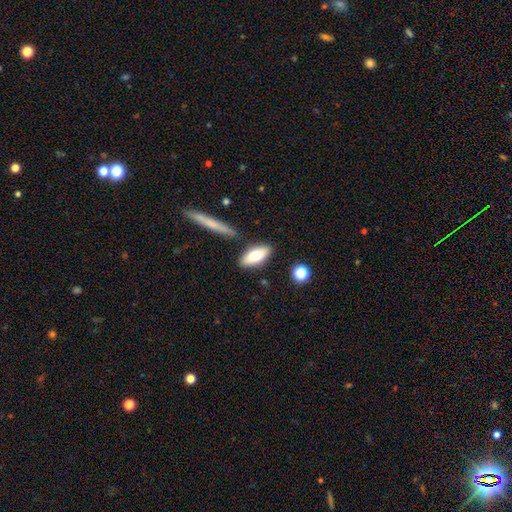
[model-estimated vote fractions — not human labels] Smooth or featured? Predicted: smooth (p=0.72). How rounded? Predicted: in between (p=0.82). Merging? Predicted: none (p=0.82).